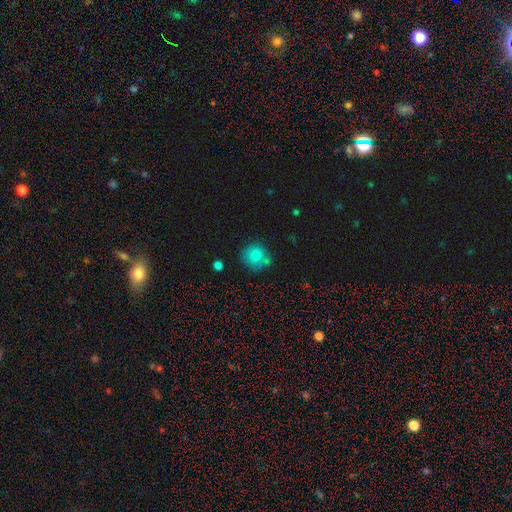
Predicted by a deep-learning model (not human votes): Overall: smooth (84%). How rounded: round (88%). Merging: none (65%).